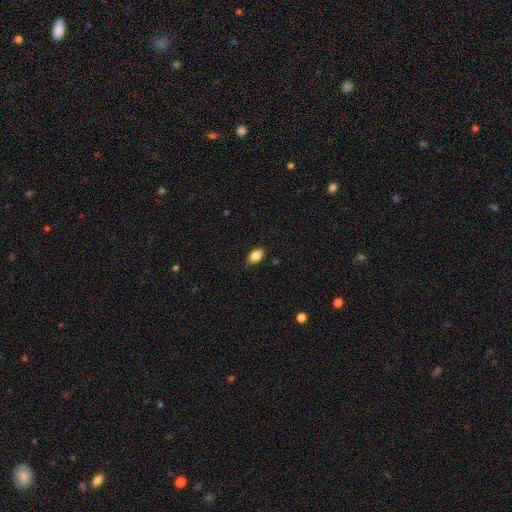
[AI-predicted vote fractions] smooth_or_featured: smooth (p=0.85) [alt: star or artifact p=0.08]
how_rounded: in between (p=0.91) [alt: round p=0.07]
merging: none (p=0.86) [alt: minor disturbance p=0.11]